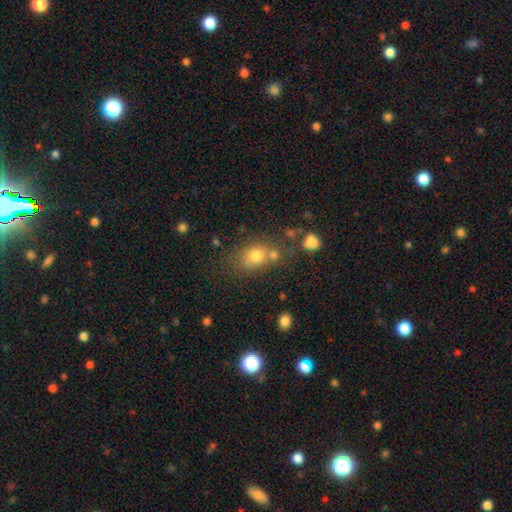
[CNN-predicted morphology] Smooth or featured?
  - smooth: 75% *
  - star or artifact: 13%
  - featured or disk: 12%
How rounded?
  - in between: 58% *
  - round: 41%
  - cigar-shaped: 2%
Merging?
  - none: 53% *
  - merger: 24%
  - minor disturbance: 16%
  - major disturbance: 7%